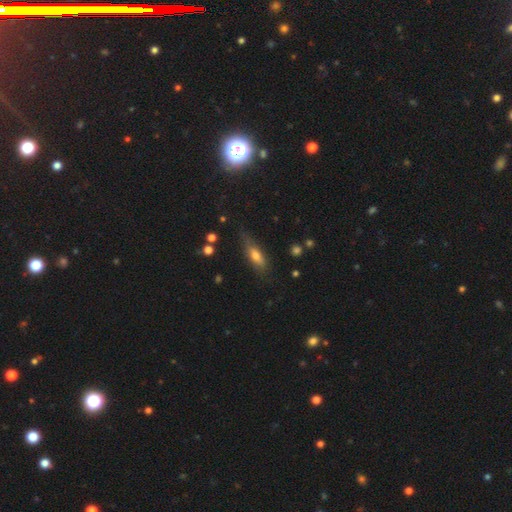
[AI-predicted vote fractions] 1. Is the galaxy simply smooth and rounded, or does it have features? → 65% smooth, 27% featured or disk, 8% star or artifact.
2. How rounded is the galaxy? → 57% in between, 40% cigar-shaped, 3% round.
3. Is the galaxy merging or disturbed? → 61% none, 27% minor disturbance, 9% major disturbance, 3% merger.